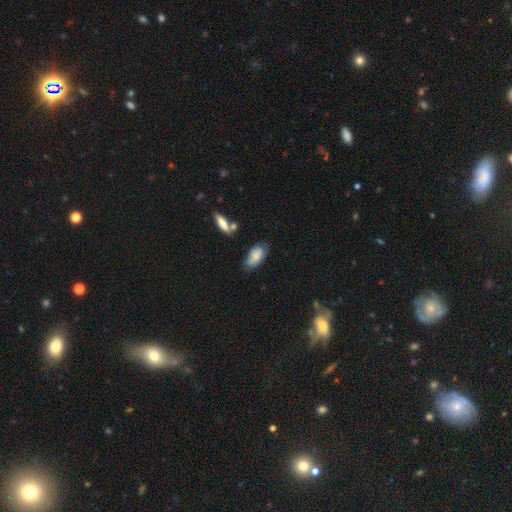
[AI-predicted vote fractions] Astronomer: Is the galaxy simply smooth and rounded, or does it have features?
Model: smooth — 74%.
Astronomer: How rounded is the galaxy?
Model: in between — 90%.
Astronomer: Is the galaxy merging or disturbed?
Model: none — 58%.